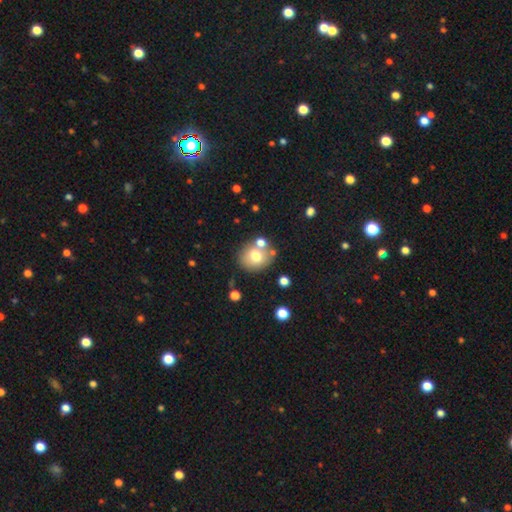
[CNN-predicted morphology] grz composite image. It shows a smooth galaxy with no disk features (71%) that is round (76%). Merging: none (68%).